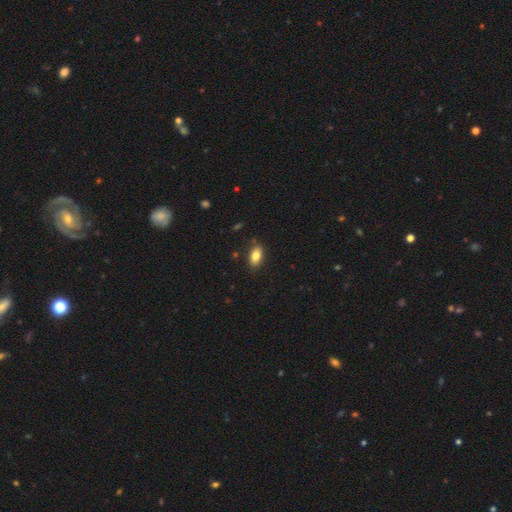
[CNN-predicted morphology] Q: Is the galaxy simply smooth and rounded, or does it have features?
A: smooth — 84%.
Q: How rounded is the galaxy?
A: in between — 90%.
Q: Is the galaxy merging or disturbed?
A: none — 85%.